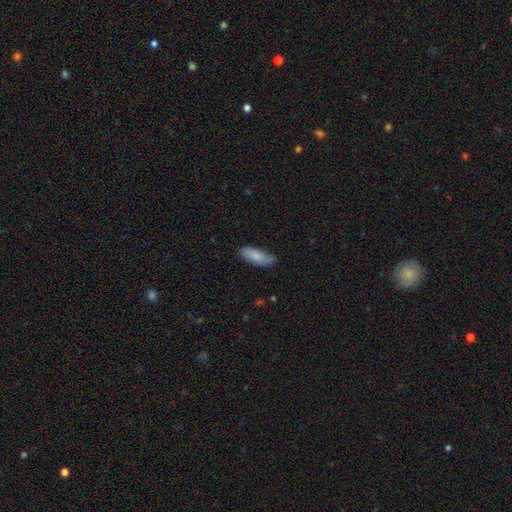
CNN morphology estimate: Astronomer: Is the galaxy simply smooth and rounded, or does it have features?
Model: smooth — 79%.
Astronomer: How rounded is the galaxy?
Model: in between — 70%.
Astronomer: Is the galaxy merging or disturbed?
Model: none — 71%.